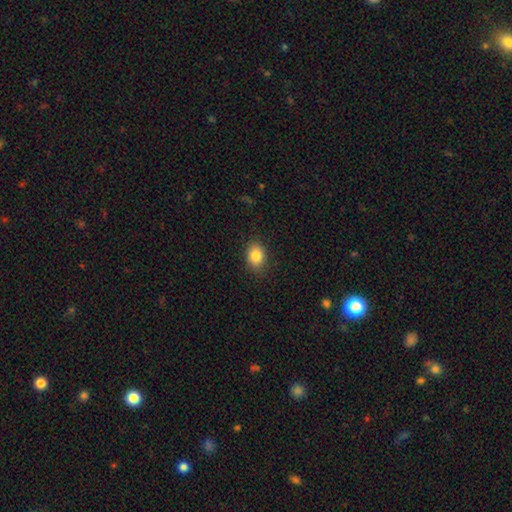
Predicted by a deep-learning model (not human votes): Smooth or featured? Predicted: smooth (p=0.84). How rounded? Predicted: in between (p=0.60). Merging? Predicted: none (p=0.87).